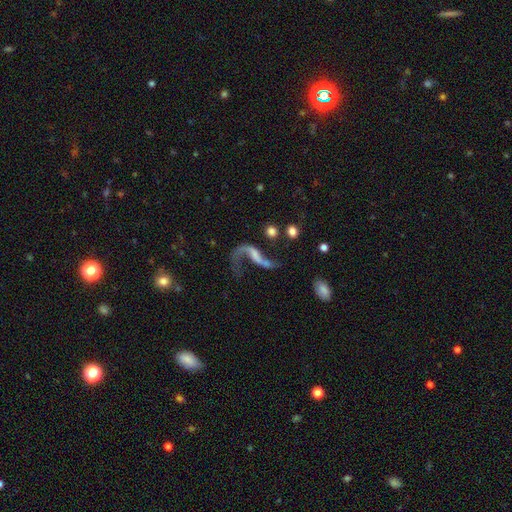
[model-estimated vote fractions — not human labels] The model was most divided on "bar": no: 44%, weak: 34%, strong: 22%. Remaining: edge-on disk — no (95%); spiral winding — loose (92%); spiral arms — yes (90%); smooth or featured — featured or disk (81%); spiral arm count — 2 (81%); bulge size — none (46%); merging — none (42%).